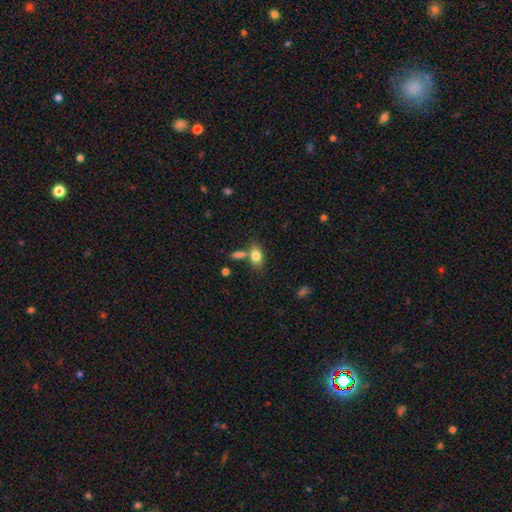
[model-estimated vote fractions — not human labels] Q: Smooth or featured?
A: smooth (81%); runner-up: featured or disk (10%)
Q: How rounded?
A: in between (81%); runner-up: round (15%)
Q: Merging?
A: none (56%); runner-up: merger (24%)